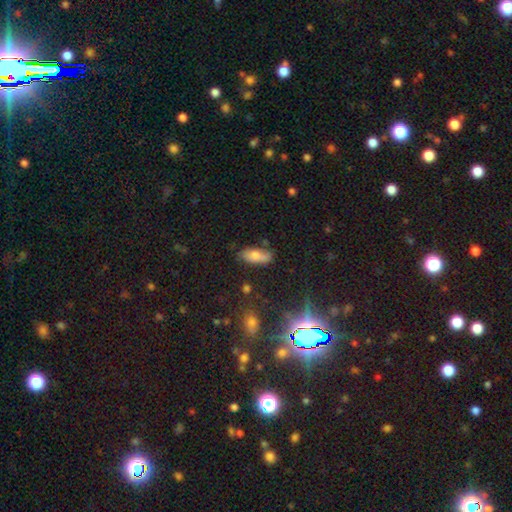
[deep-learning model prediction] This is likely a smooth galaxy (75%). How rounded: likely in between (78%). Merging: likely none (69%).